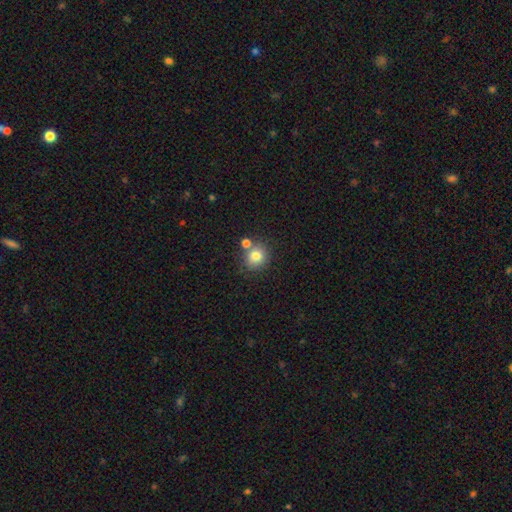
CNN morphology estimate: The model was most divided on "merging": none: 67%, merger: 20%, minor disturbance: 10%, major disturbance: 3%. More confident: how rounded — round (85%); smooth or featured — smooth (80%).